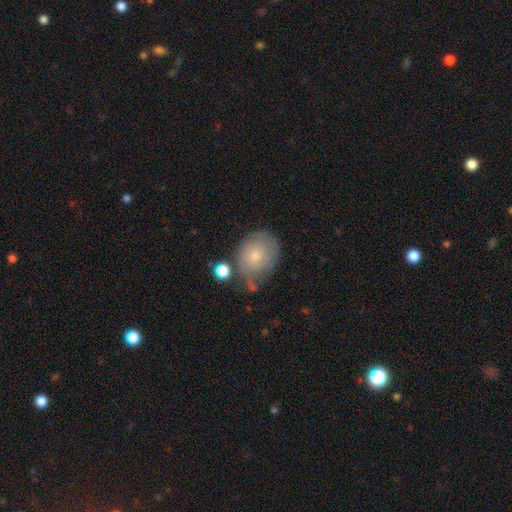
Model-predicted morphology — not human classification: The model was most divided on "how rounded": round: 54%, in between: 45%, cigar-shaped: 1%. Remaining: smooth or featured — smooth (56%); merging — none (50%).